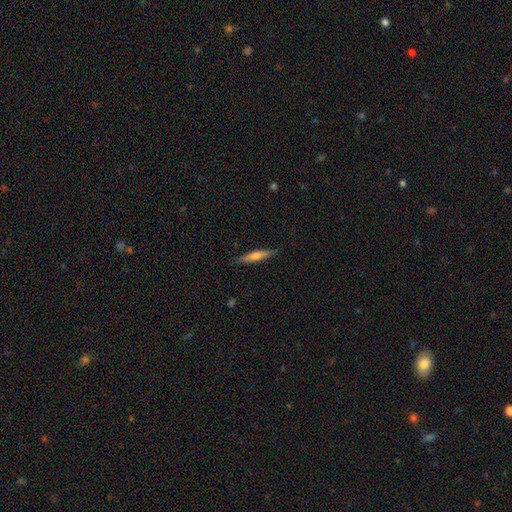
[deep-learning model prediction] A smooth galaxy with no disk features (52%) that is cigar-shaped (90%). Merging: none (89%).